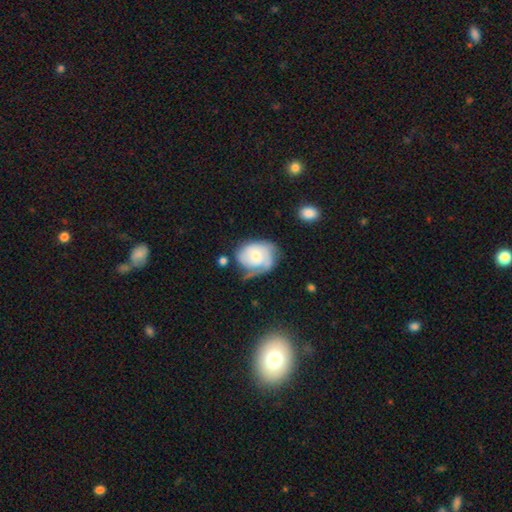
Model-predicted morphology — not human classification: Q: Smooth or featured?
A: featured or disk (56%); runner-up: smooth (37%)
Q: Edge-on disk?
A: no (97%); runner-up: yes (3%)
Q: Bar?
A: no (74%); runner-up: weak (22%)
Q: Spiral arms?
A: yes (79%); runner-up: no (21%)
Q: Bulge size?
A: small (52%); runner-up: moderate (39%)
Q: Merging?
A: none (41%); runner-up: minor disturbance (32%)